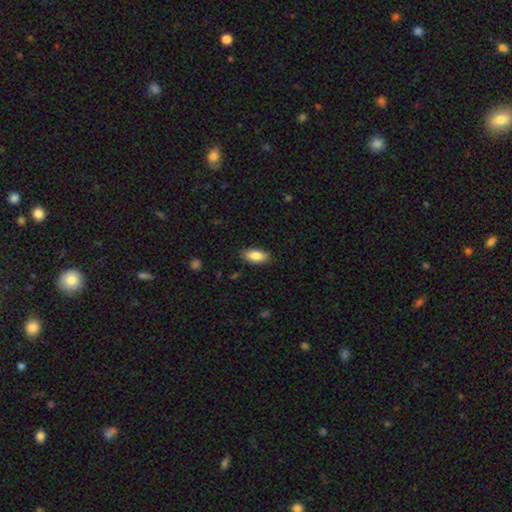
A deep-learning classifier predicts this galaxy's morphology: Smooth or featured? smooth (86%)
How rounded? in between (89%)
Merging? none (87%)